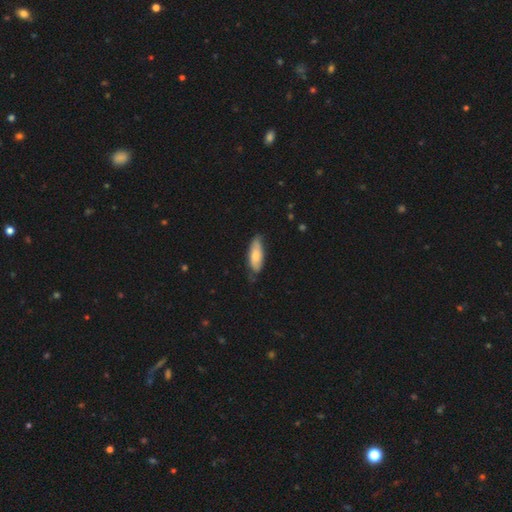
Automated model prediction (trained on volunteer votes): A smooth galaxy with no disk features (70%) that is in between round and cigar-shaped (67%).

Vote fractions:
- Smooth or featured? smooth: 70% / featured or disk: 25% / star or artifact: 5%
- How rounded? in between: 67% / cigar-shaped: 31% / round: 2%
- Merging? none: 67% / minor disturbance: 27% / major disturbance: 4% / merger: 2%